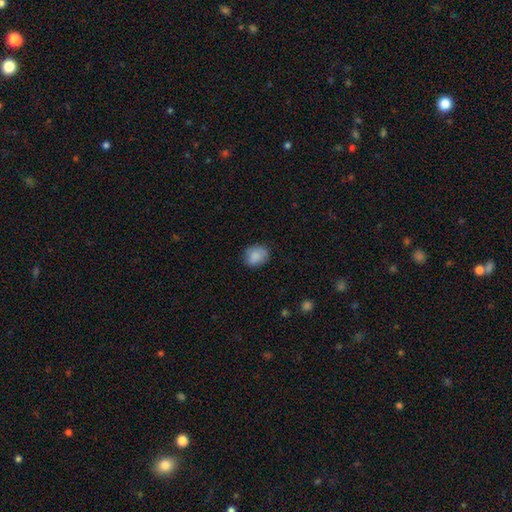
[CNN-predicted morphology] Q: Smooth or featured?
A: smooth (86%); runner-up: star or artifact (8%)
Q: How rounded?
A: round (50%); runner-up: in between (49%)
Q: Merging?
A: none (76%); runner-up: minor disturbance (19%)